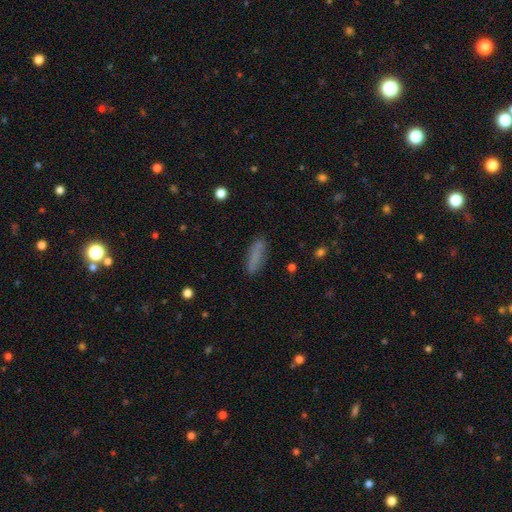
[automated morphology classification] Overall: smooth (79%). How rounded: cigar-shaped (70%). Merging: none (83%).